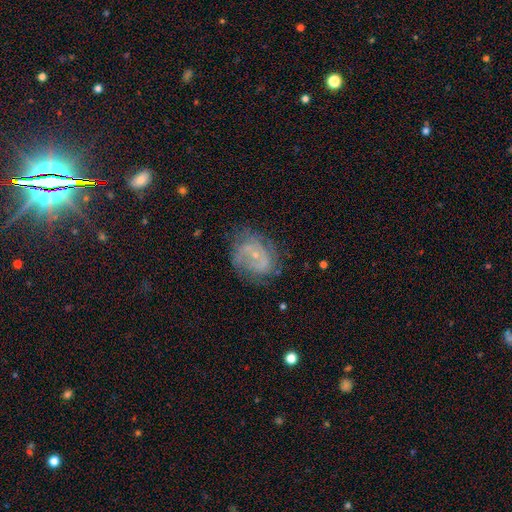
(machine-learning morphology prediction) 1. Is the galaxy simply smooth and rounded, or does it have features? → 69% featured or disk, 22% smooth, 9% star or artifact.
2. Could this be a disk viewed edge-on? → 97% no, 3% yes.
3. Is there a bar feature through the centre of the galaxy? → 64% no, 30% weak, 6% strong.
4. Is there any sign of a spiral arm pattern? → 78% yes, 22% no.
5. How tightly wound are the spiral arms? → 42% tight, 39% medium, 19% loose.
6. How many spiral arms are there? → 42% 2, 37% can't tell, 9% 3, 6% 1, 4% 4, 3% more than 4.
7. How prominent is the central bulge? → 75% small, 18% moderate, 5% none, 1% large, 1% dominant.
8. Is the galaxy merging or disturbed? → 61% none, 23% minor disturbance, 13% major disturbance, 2% merger.